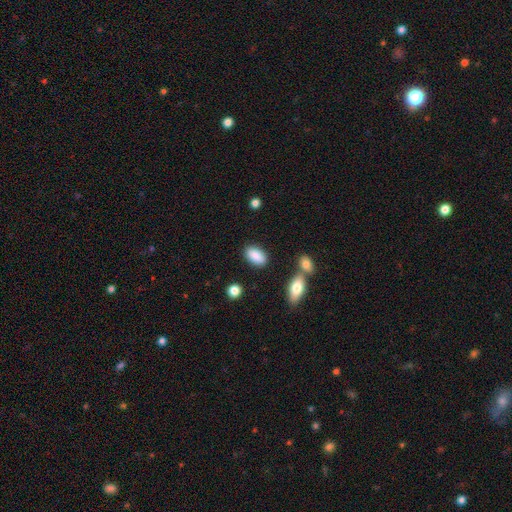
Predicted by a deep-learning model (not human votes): Smooth or featured?
  - smooth: 88% *
  - star or artifact: 7%
  - featured or disk: 5%
How rounded?
  - in between: 92% *
  - round: 5%
  - cigar-shaped: 3%
Merging?
  - none: 82% *
  - minor disturbance: 11%
  - merger: 4%
  - major disturbance: 3%